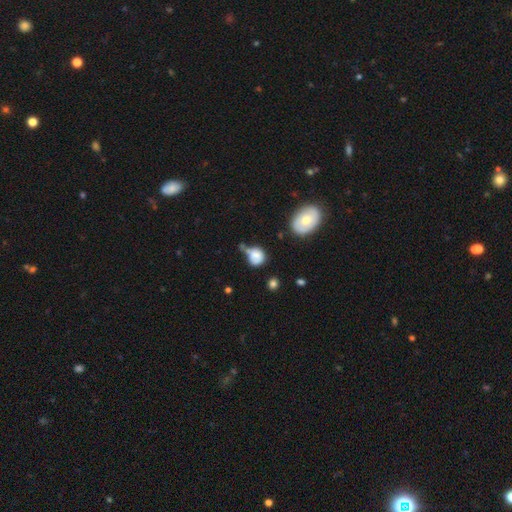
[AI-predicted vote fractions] A smooth galaxy with no disk features (73%) that is round (63%).

Vote fractions:
- Smooth or featured? smooth: 73% / featured or disk: 18% / star or artifact: 9%
- How rounded? round: 63% / in between: 36% / cigar-shaped: 1%
- Merging? none: 35% / minor disturbance: 28% / merger: 21% / major disturbance: 17%